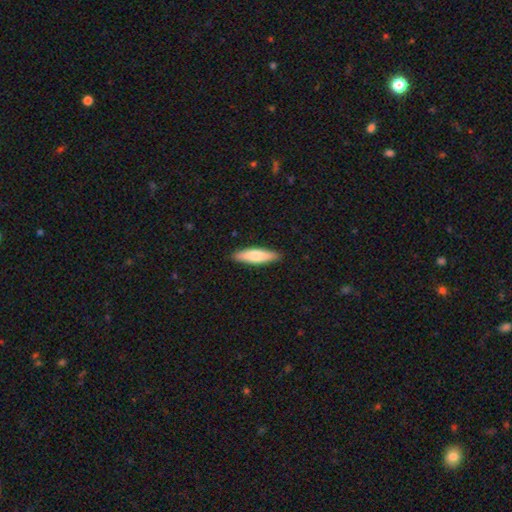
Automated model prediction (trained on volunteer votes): Smooth or featured? smooth (74%)
How rounded? cigar-shaped (65%)
Merging? none (90%)